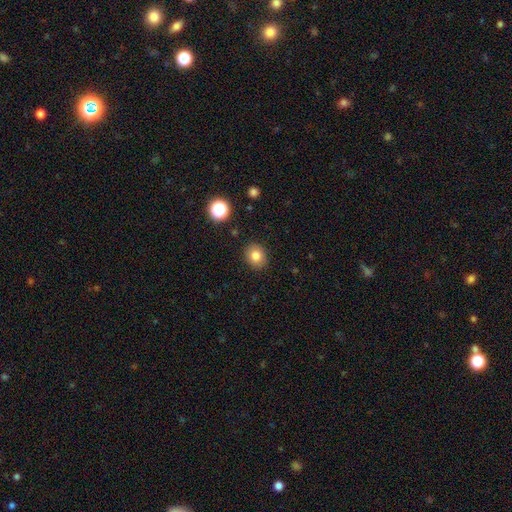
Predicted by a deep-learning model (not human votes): A smooth galaxy with no disk features (81%) that is round (62%).

Vote fractions:
- Smooth or featured? smooth: 81% / star or artifact: 12% / featured or disk: 7%
- How rounded? round: 62% / in between: 37% / cigar-shaped: 1%
- Merging? none: 89% / minor disturbance: 8% / major disturbance: 2% / merger: 1%